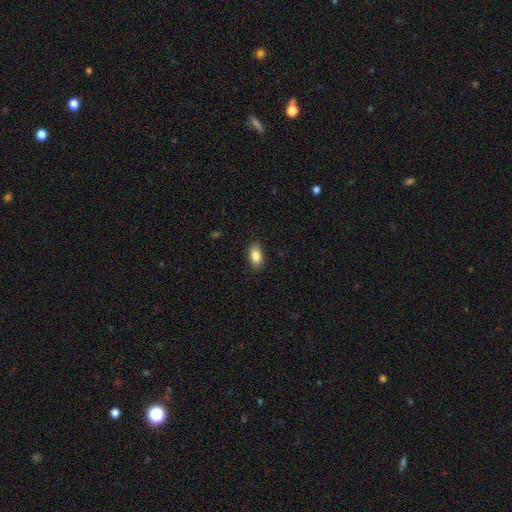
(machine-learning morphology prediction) smooth 86%, star or artifact 7%, featured or disk 6%. Down the decision tree: how rounded — in between (91%); merging — none (86%).